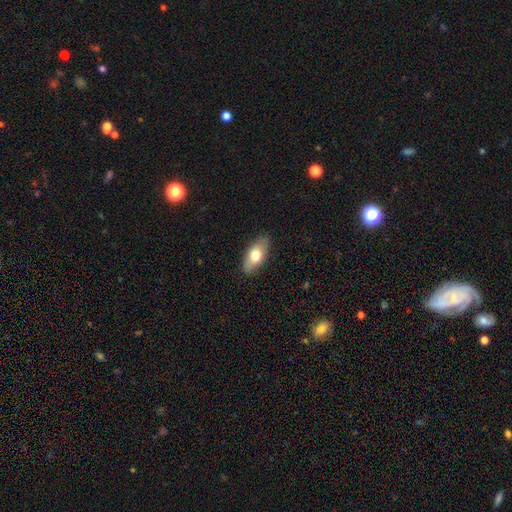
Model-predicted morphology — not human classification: Smooth or featured: smooth — 69% (featured or disk — 25%)
How rounded: in between — 86% (cigar-shaped — 11%)
Merging: none — 87% (minor disturbance — 10%)